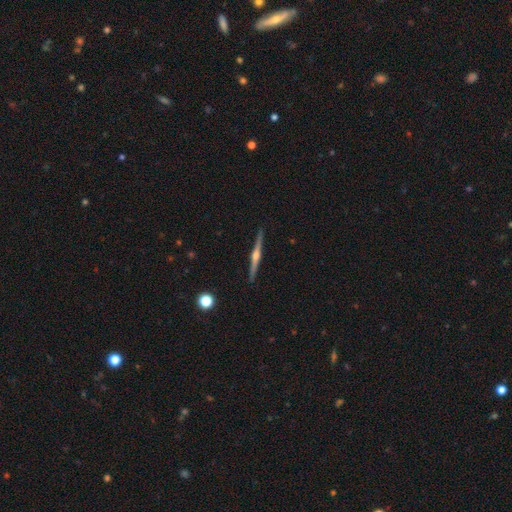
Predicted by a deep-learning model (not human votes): smooth-or-featured: featured or disk: 82% | smooth: 13% | star or artifact: 5%
  disk-edge-on: yes: 99% | no: 1%
    edge-on-bulge: rounded: 92% | boxy: 4% | none: 4%
  merging: none: 92% | minor disturbance: 6% | major disturbance: 1% | merger: 1%